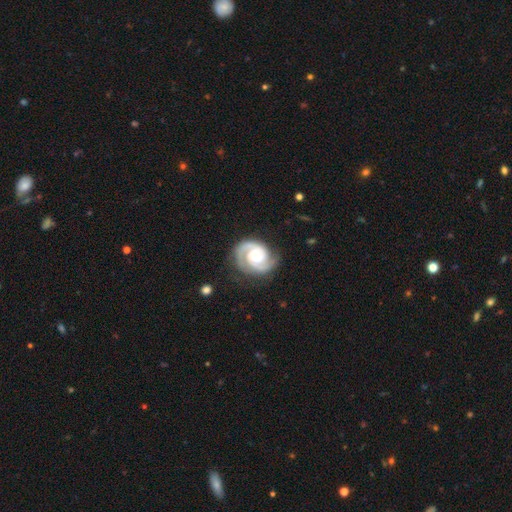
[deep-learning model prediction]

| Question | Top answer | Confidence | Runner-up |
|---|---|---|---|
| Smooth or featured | featured or disk | 91% | smooth (5%) |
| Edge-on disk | no | 98% | yes (2%) |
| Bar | no | 65% | weak (27%) |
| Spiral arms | yes | 98% | no (2%) |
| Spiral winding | tight | 62% | medium (34%) |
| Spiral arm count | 2 | 89% | 3 (4%) |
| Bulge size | moderate | 54% | small (34%) |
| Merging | none | 80% | minor disturbance (14%) |